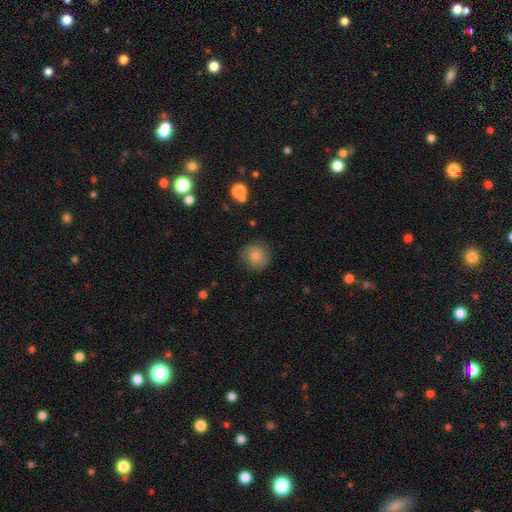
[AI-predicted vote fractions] This is likely a smooth galaxy (71%). How rounded: clearly round (89%). Merging: likely none (78%).